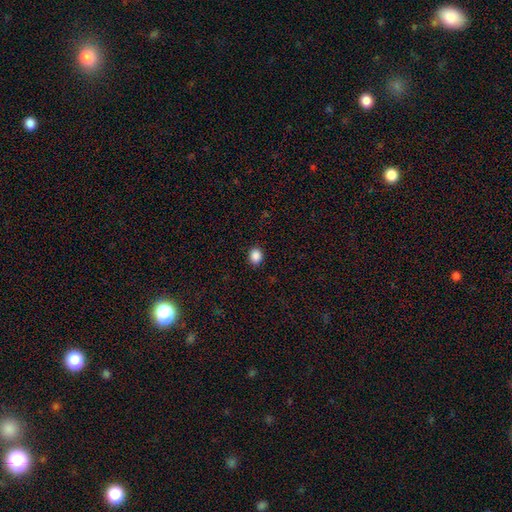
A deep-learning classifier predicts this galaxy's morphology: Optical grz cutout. It shows a smooth galaxy with no disk features (88%) that is round (62%). Merging: none (90%).